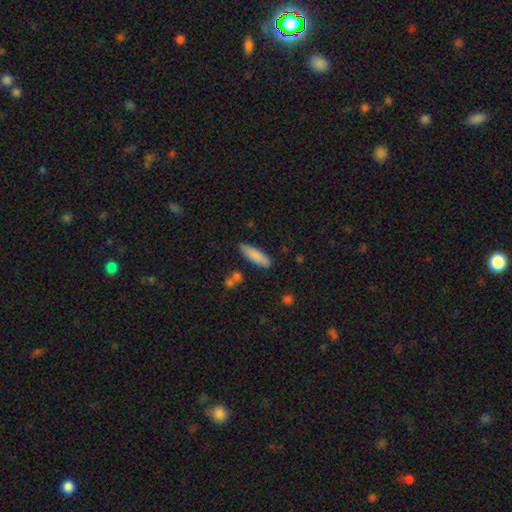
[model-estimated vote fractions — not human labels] smooth_or_featured: smooth (p=0.84) [alt: featured or disk p=0.10]
how_rounded: cigar-shaped (p=0.68) [alt: in between p=0.31]
merging: none (p=0.82) [alt: minor disturbance p=0.12]